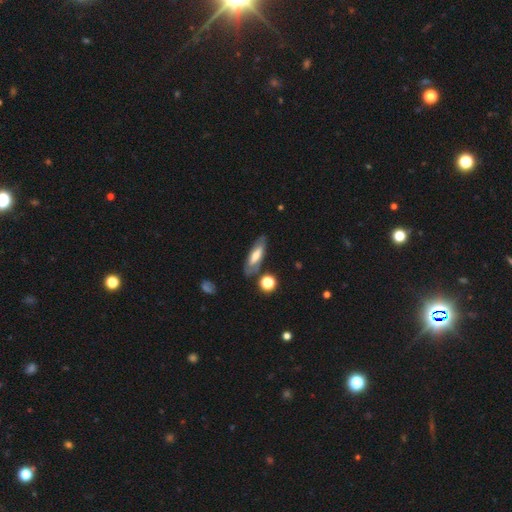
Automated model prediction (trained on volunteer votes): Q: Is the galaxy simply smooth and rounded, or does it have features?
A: smooth — 48%.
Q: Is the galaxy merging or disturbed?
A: none — 75%.